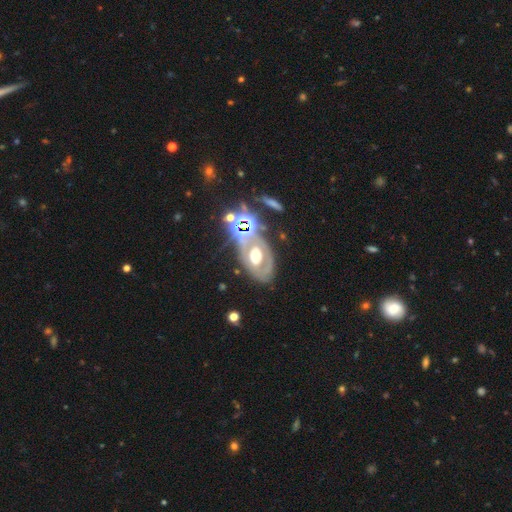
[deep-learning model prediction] Morphology: type=featured or disk (64%); edge-on=no (92%); bar=no (65%); spiral arms=no (63%); bulge=moderate (61%); merging=none (59%).